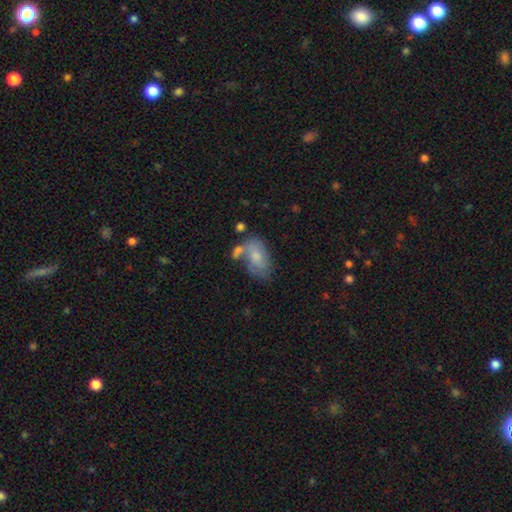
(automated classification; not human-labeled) smooth_or_featured: smooth (p=0.59) [alt: featured or disk p=0.33]
how_rounded: in between (p=0.90) [alt: round p=0.07]
merging: none (p=0.40) [alt: minor disturbance p=0.25]